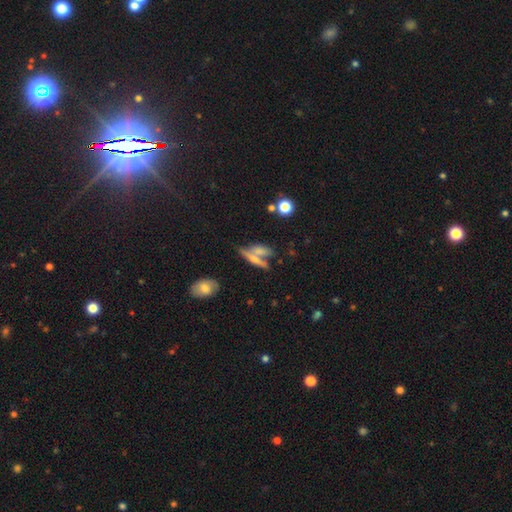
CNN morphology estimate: The model was most divided on "merging": merger: 44%, none: 41%, minor disturbance: 10%, major disturbance: 5%. More confident: how rounded — cigar-shaped (63%); smooth or featured — smooth (53%).